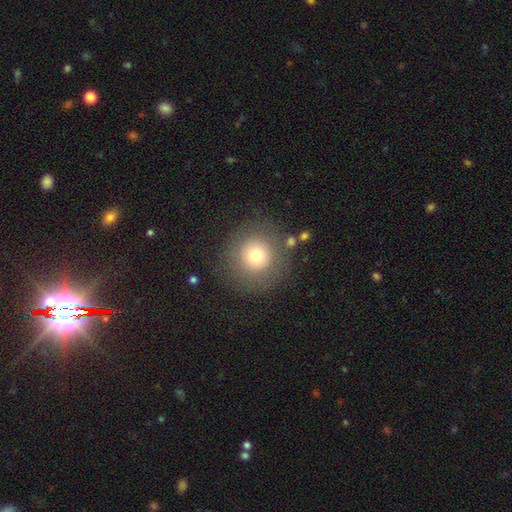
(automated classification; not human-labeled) Smooth or featured? Predicted: smooth (p=0.72). How rounded? Predicted: round (p=0.95). Merging? Predicted: none (p=0.82).